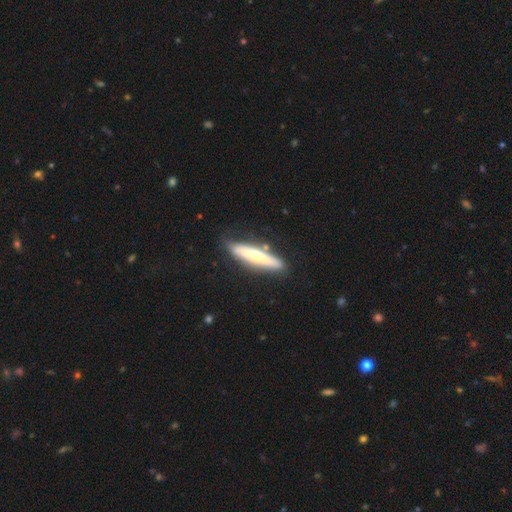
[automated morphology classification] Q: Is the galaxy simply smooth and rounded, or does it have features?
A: featured or disk — 49%.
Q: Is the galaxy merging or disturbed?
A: none — 75%.